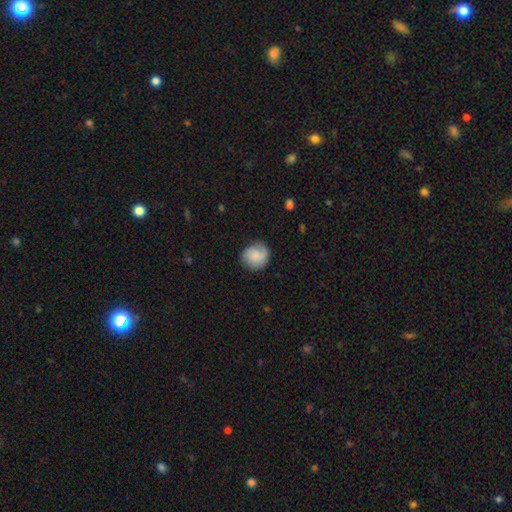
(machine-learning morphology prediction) Q: Smooth or featured?
A: smooth (55%); runner-up: featured or disk (38%)
Q: How rounded?
A: round (80%); runner-up: in between (20%)
Q: Merging?
A: none (74%); runner-up: minor disturbance (18%)